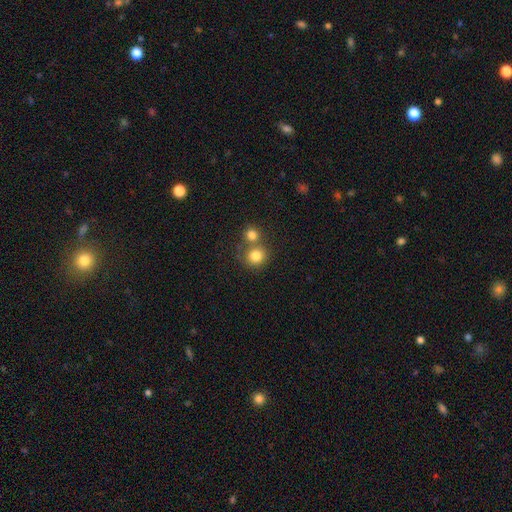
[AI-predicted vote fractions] smooth_or_featured: smooth (p=0.81) [alt: star or artifact p=0.11]
how_rounded: round (p=0.88) [alt: in between p=0.11]
merging: none (p=0.55) [alt: merger p=0.35]